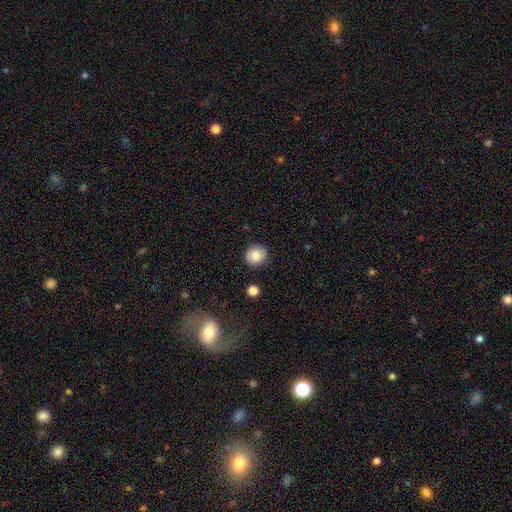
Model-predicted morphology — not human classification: type=smooth (80%); roundness=round (84%); merging=none (88%).